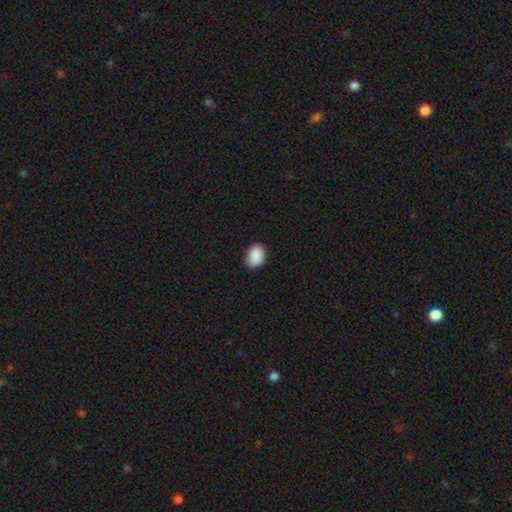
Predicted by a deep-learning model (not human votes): A smooth galaxy with no disk features (89%) that is in between round and cigar-shaped (75%).

Vote fractions:
- Smooth or featured? smooth: 89% / star or artifact: 7% / featured or disk: 4%
- How rounded? in between: 75% / round: 24% / cigar-shaped: 1%
- Merging? none: 82% / minor disturbance: 15% / major disturbance: 2% / merger: 1%